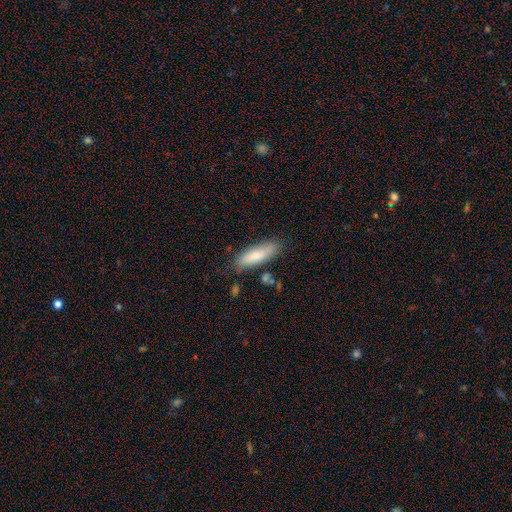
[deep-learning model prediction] This is clearly a smooth galaxy (81%). How rounded: possibly cigar-shaped (54%). Merging: likely none (77%).